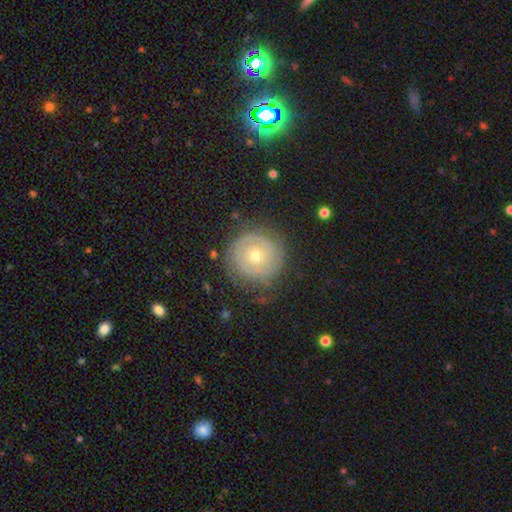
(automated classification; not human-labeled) smooth_or_featured: featured or disk (p=0.67) [alt: smooth p=0.26]
disk_edge_on: no (p=0.97) [alt: yes p=0.03]
bar: no (p=0.84) [alt: weak p=0.13]
has_spiral_arms: yes (p=0.79) [alt: no p=0.21]
spiral_winding: tight (p=0.77) [alt: medium p=0.17]
spiral_arm_count: 2 (p=0.42) [alt: can't tell p=0.33]
bulge_size: moderate (p=0.50) [alt: small p=0.46]
merging: none (p=0.78) [alt: minor disturbance p=0.15]